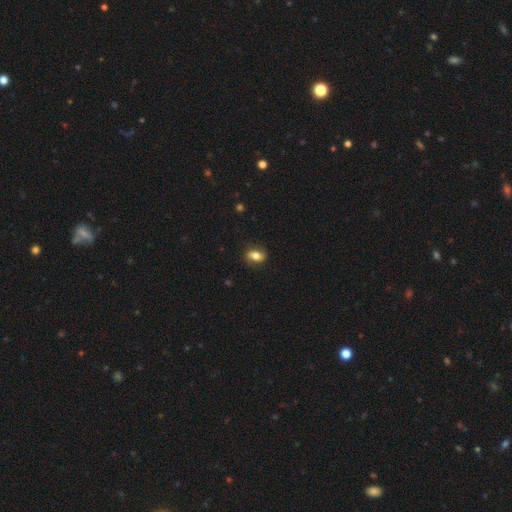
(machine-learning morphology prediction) This appears to be a smooth galaxy with no disk features (74%) that is in between round and cigar-shaped (75%). Merging: none (81%).